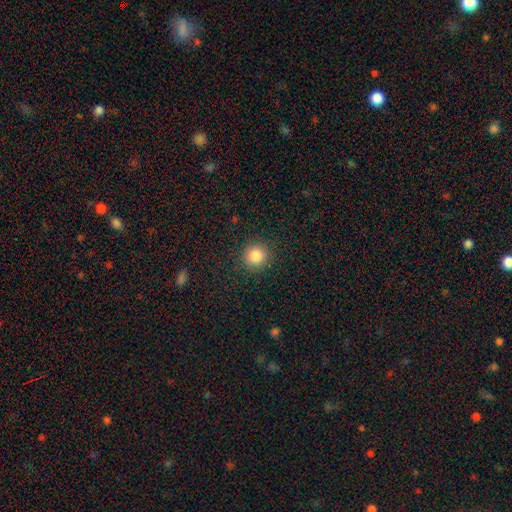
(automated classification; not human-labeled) smooth_or_featured: smooth (p=0.85) [alt: star or artifact p=0.10]
how_rounded: round (p=0.94) [alt: in between p=0.06]
merging: none (p=0.90) [alt: minor disturbance p=0.06]